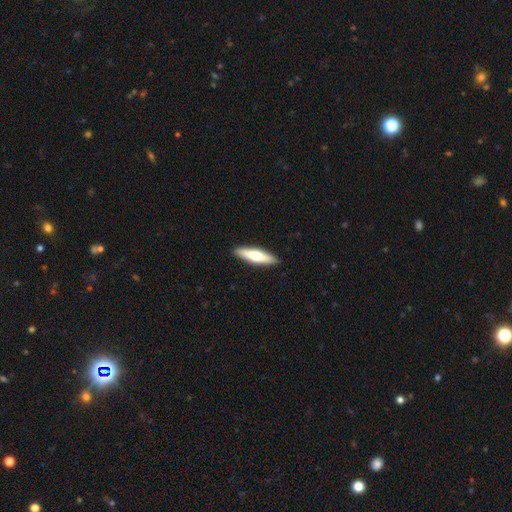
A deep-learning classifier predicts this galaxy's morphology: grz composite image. It shows a smooth galaxy with no disk features (54%) that is cigar-shaped (74%). Merging: none (91%).